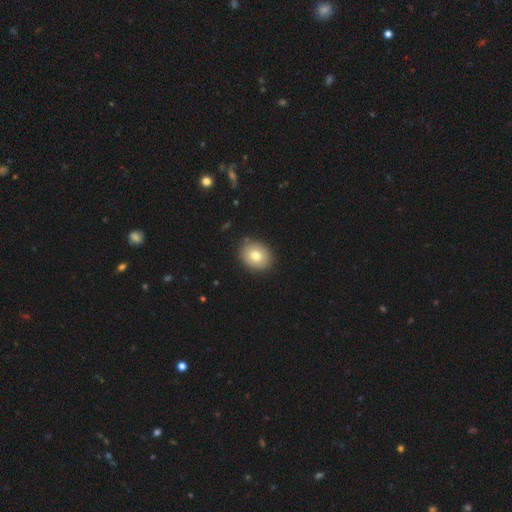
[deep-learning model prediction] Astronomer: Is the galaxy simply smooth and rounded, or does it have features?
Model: smooth — 78%.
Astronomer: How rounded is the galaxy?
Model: round — 53% (runner-up: in between, 46%).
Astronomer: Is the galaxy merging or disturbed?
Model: none — 89%.